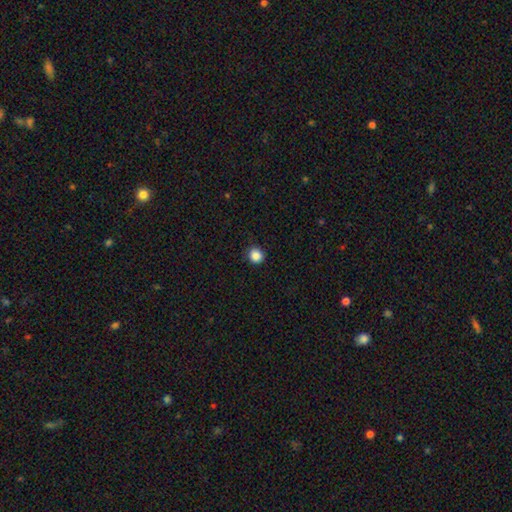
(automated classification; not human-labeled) Smooth or featured? Predicted: smooth (p=0.87). How rounded? Predicted: round (p=0.90). Merging? Predicted: none (p=0.89).